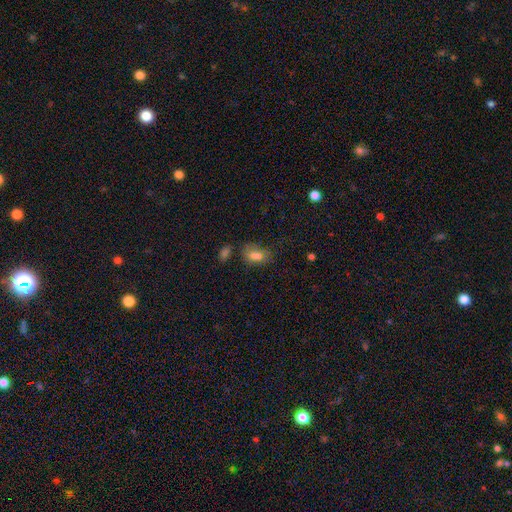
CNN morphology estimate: This is likely a smooth galaxy (70%). How rounded: likely in between (76%). Merging: marginally none (38%).